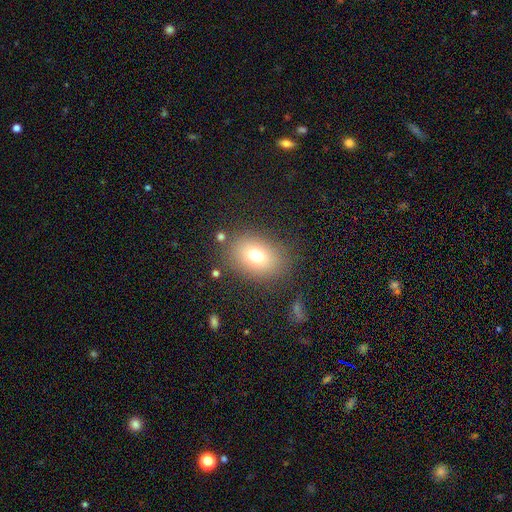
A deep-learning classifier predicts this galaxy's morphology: A smooth galaxy with no disk features (74%) that is in between round and cigar-shaped (65%). Merging: none (80%).